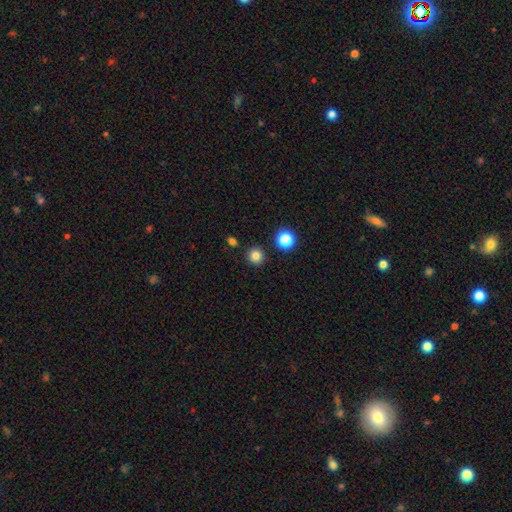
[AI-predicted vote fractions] This appears to be a smooth galaxy with no disk features (82%) that is round (93%). Merging: none (89%).